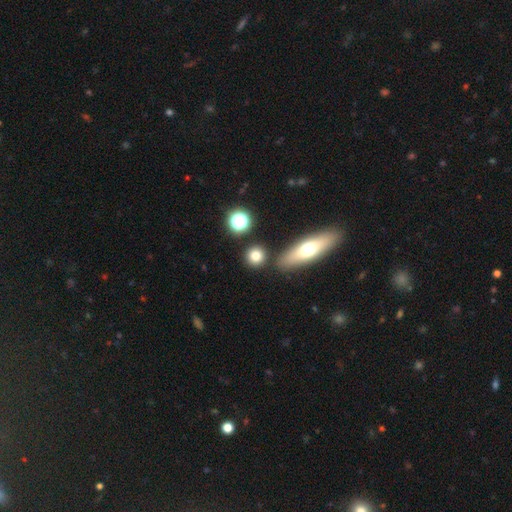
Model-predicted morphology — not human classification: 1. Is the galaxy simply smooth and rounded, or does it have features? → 77% smooth, 13% star or artifact, 10% featured or disk.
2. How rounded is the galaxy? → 87% round, 10% in between, 2% cigar-shaped.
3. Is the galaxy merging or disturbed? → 82% none, 8% minor disturbance, 7% merger, 3% major disturbance.